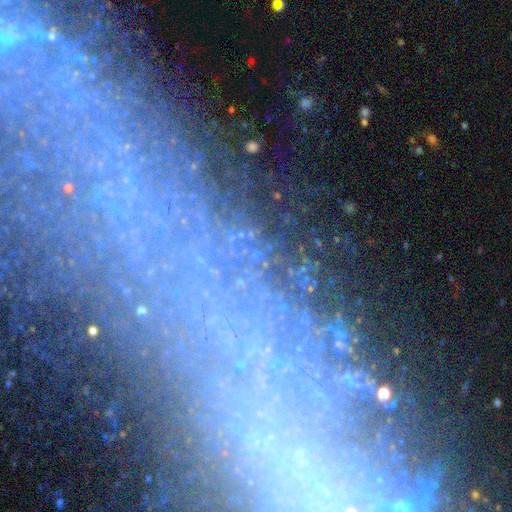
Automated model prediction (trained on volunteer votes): Smooth or featured: star or artifact — 53% (featured or disk — 33%)